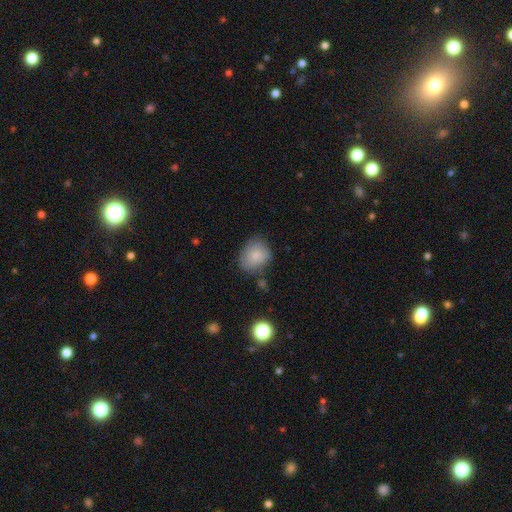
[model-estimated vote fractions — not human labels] Smooth or featured: smooth — 76% (featured or disk — 15%)
How rounded: round — 60% (in between — 39%)
Merging: none — 63% (minor disturbance — 26%)